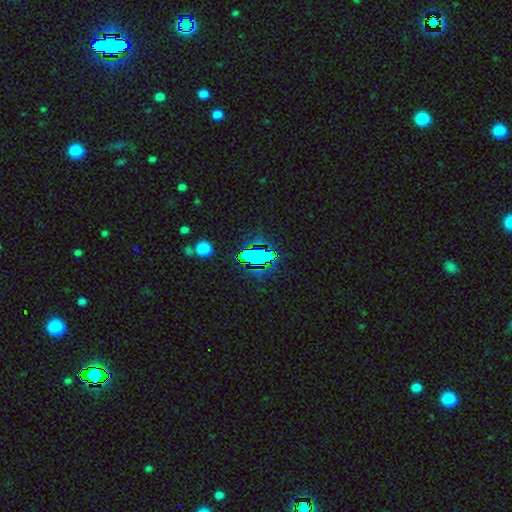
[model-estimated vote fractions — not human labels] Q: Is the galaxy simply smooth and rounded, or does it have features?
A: star or artifact — 72%.